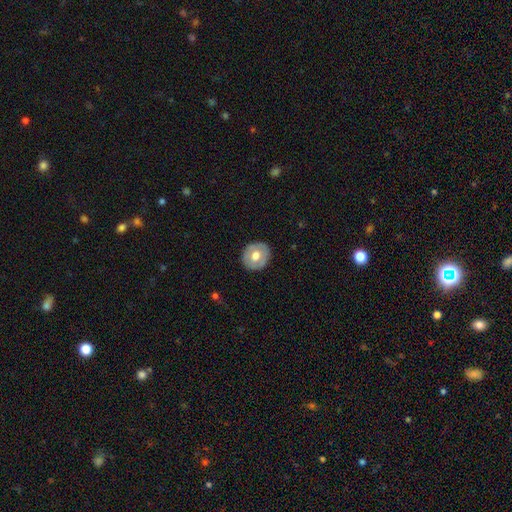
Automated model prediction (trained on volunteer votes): Morphology: type=smooth (55%); roundness=round (78%); merging=none (85%).